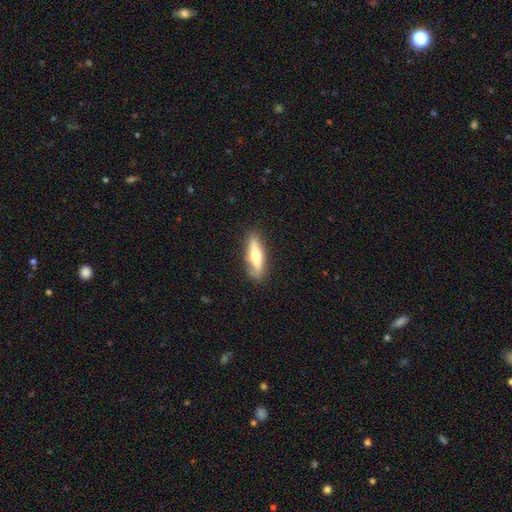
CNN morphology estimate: Overall: smooth (57%; featured or disk 37%). How rounded: cigar-shaped (69%; in between 29%). Merging: none (85%).